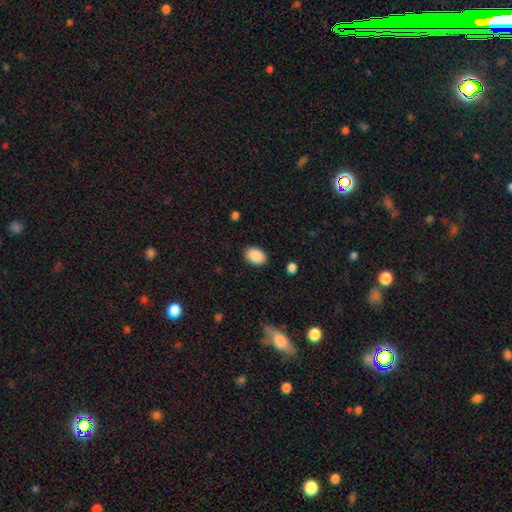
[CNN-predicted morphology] Smooth or featured? Predicted: smooth (p=0.90). How rounded? Predicted: in between (p=0.82). Merging? Predicted: none (p=0.87).